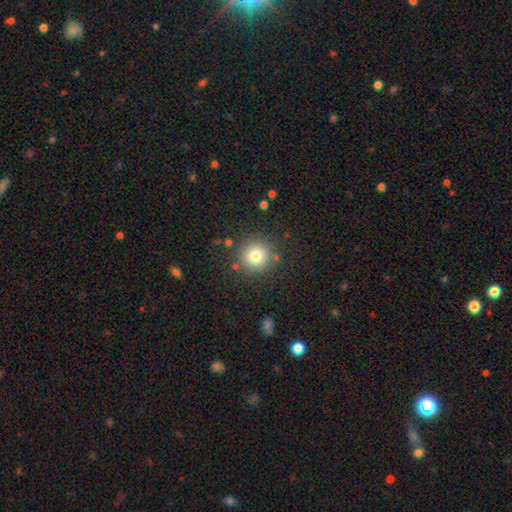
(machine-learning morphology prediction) Smooth or featured? Predicted: smooth (p=0.79). How rounded? Predicted: round (p=0.93). Merging? Predicted: none (p=0.85).